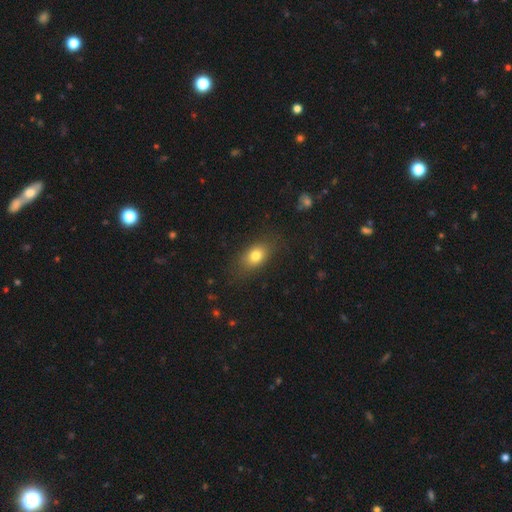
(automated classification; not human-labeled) Morphology: type=smooth (78%); roundness=in between (76%); merging=none (79%).